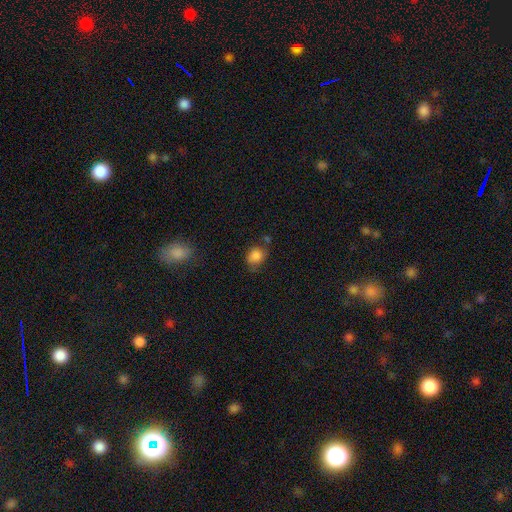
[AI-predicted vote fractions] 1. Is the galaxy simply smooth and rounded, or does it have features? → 84% smooth, 10% star or artifact, 7% featured or disk.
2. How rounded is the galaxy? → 54% round, 45% in between, 1% cigar-shaped.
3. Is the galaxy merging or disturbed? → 60% none, 25% minor disturbance, 8% major disturbance, 7% merger.